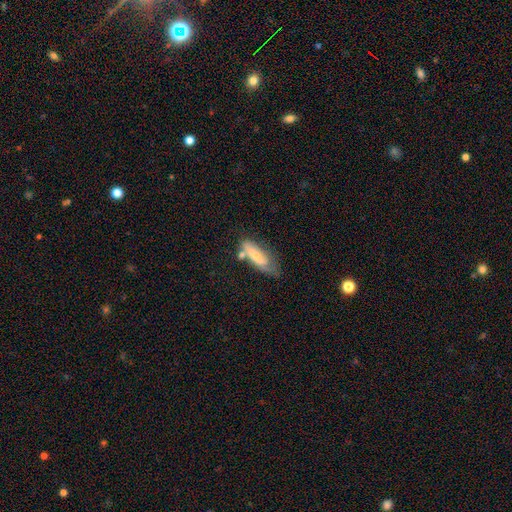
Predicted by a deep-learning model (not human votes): The model was most divided on "how rounded": in between: 55%, cigar-shaped: 42%, round: 2%. Remaining: smooth or featured — smooth (58%); merging — none (44%).